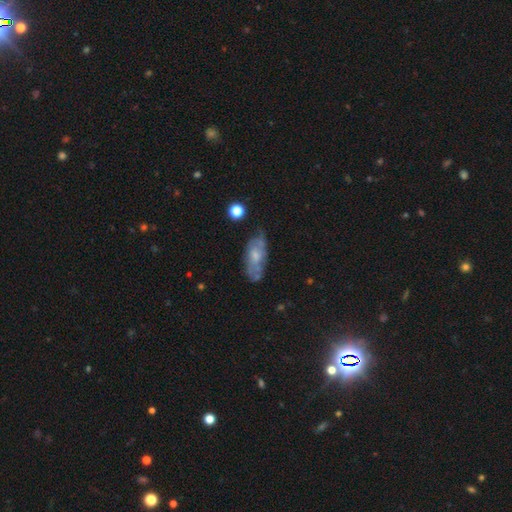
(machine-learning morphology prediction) This is possibly a featured or disk galaxy (50%). Merging: possibly none (56%).